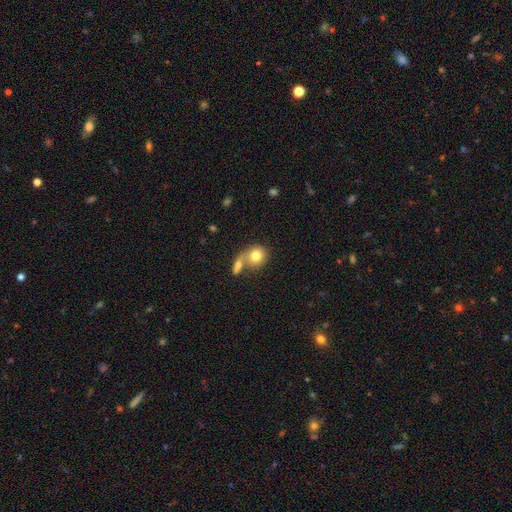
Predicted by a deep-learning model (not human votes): Smooth or featured? Predicted: smooth (p=0.78). How rounded? Predicted: round (p=0.71). Merging? Predicted: merger (p=0.52).